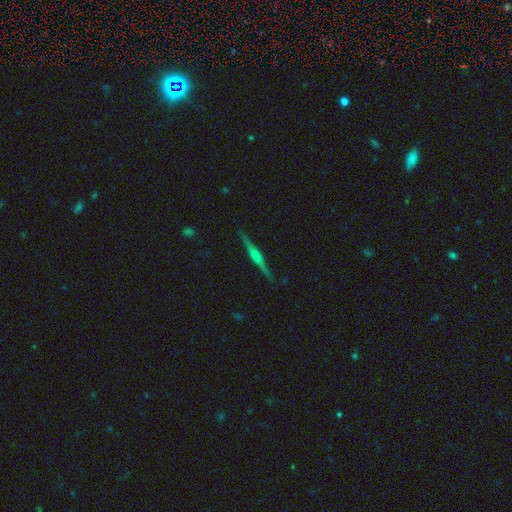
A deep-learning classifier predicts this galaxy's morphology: A featured or disk galaxy (81%) viewed edge-on (98%) with a rounded central bulge (73%). Merging: none (90%).